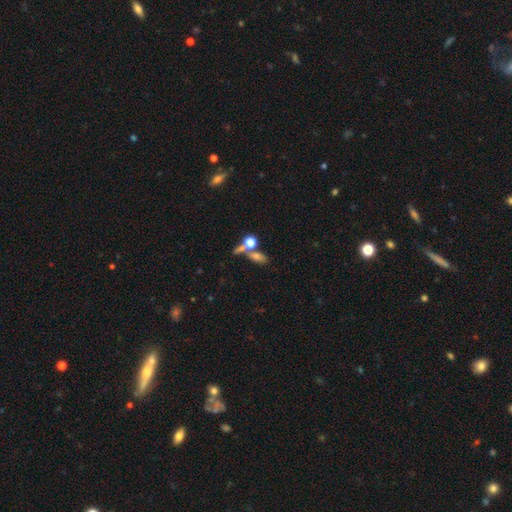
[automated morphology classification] A smooth galaxy with no disk features (54%) that is in between round and cigar-shaped (54%). Merging: none (46%).